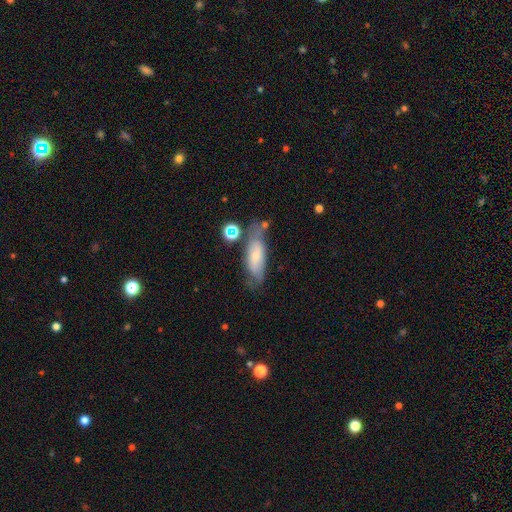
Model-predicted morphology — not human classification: Overall: smooth (58%; featured or disk 34%). How rounded: in between (65%; cigar-shaped 32%). Merging: none (50%; minor disturbance 27%).